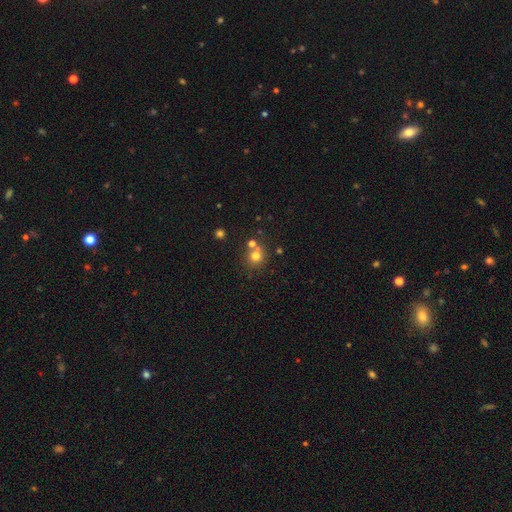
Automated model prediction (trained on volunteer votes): The model was most divided on "merging": none: 61%, merger: 27%, minor disturbance: 9%, major disturbance: 3%. More confident: how rounded — round (88%); smooth or featured — smooth (72%).